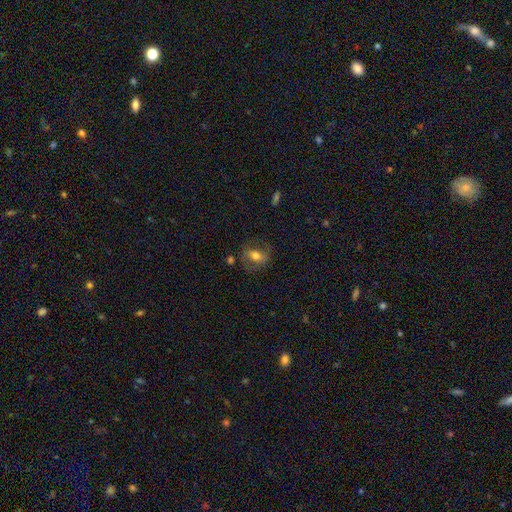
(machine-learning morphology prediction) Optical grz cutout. It shows a smooth galaxy with no disk features (49%). Merging: none (69%).